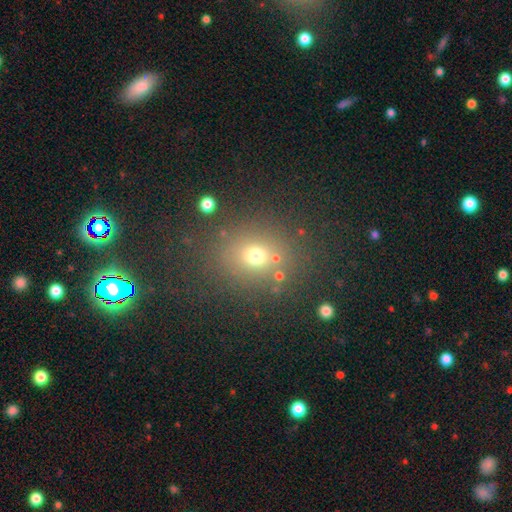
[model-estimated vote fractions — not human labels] Smooth or featured? Predicted: smooth (p=0.68). How rounded? Predicted: round (p=0.68). Merging? Predicted: none (p=0.78).